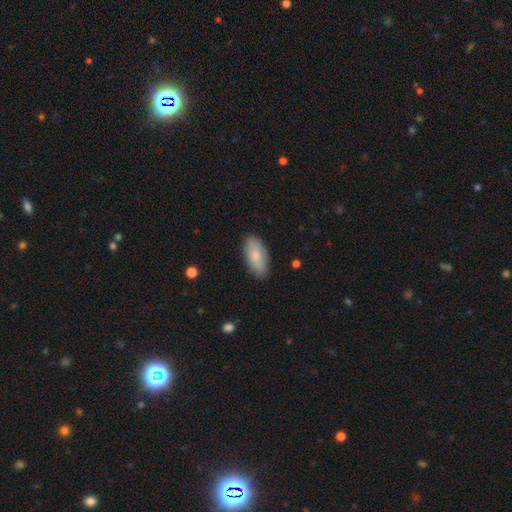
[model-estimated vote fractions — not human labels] This is likely a smooth galaxy (78%). How rounded: clearly in between (91%). Merging: clearly none (85%).